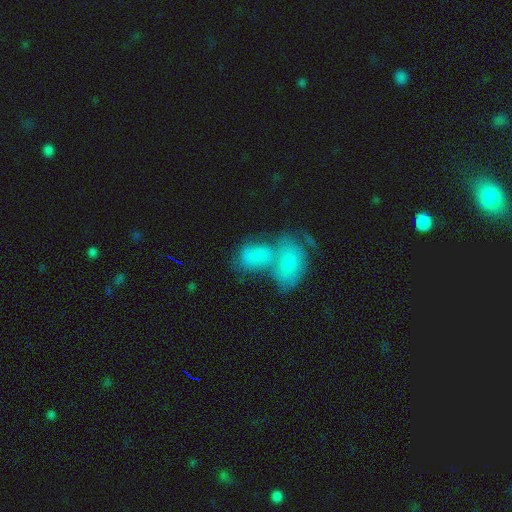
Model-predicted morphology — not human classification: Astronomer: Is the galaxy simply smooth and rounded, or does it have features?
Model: smooth — 70%.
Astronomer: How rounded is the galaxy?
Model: in between — 83%.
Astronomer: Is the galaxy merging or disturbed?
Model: merger — 61%.